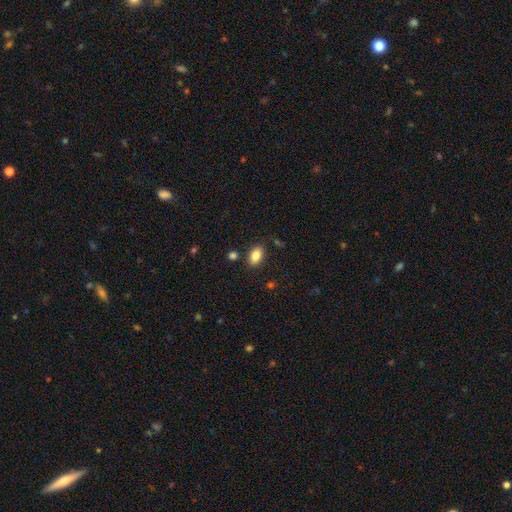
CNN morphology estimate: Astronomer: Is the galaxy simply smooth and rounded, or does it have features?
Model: smooth — 84%.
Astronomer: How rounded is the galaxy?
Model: in between — 88%.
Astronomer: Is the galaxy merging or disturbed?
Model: none — 83%.